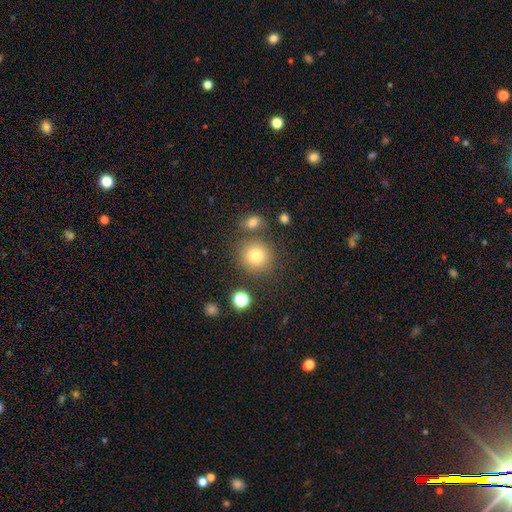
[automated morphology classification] The model was most divided on "smooth or featured": smooth: 80%, star or artifact: 12%, featured or disk: 8%. More confident: how rounded — round (91%); merging — none (78%).